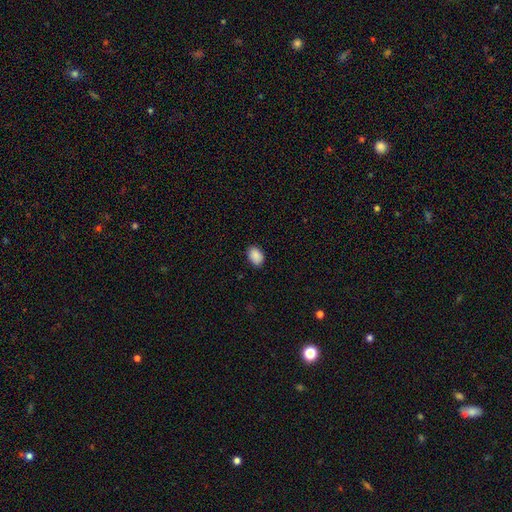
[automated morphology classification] Smooth or featured? smooth (89%)
How rounded? in between (82%)
Merging? none (86%)